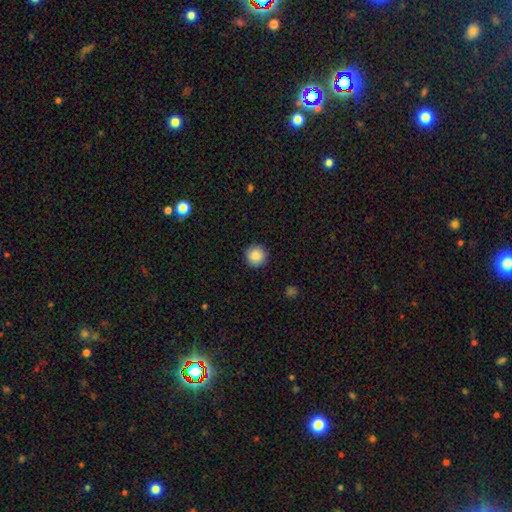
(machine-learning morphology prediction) Smooth or featured?
  - smooth: 88% *
  - star or artifact: 8%
  - featured or disk: 4%
How rounded?
  - round: 96% *
  - in between: 4%
  - cigar-shaped: 1%
Merging?
  - none: 92% *
  - minor disturbance: 6%
  - major disturbance: 2%
  - merger: 1%